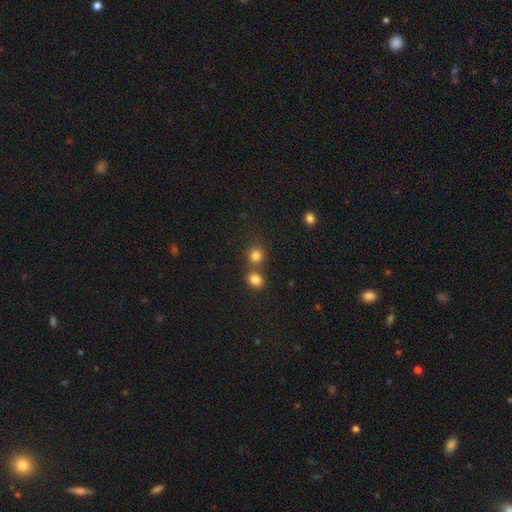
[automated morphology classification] type=smooth (81%); roundness=round (86%); merging=none (58%).